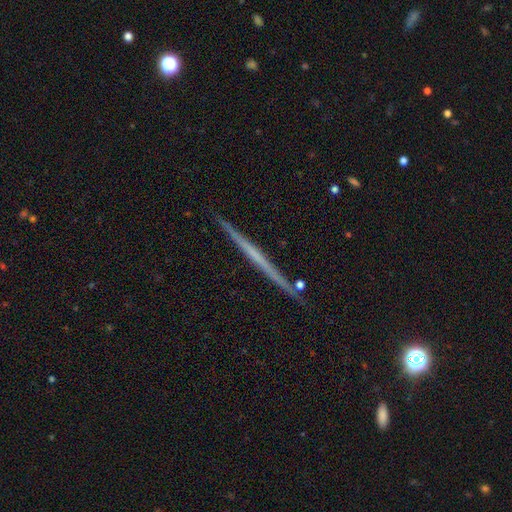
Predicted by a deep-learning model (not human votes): A featured or disk galaxy (65%) viewed edge-on (98%) with no central bulge (87%). Merging: none (92%).